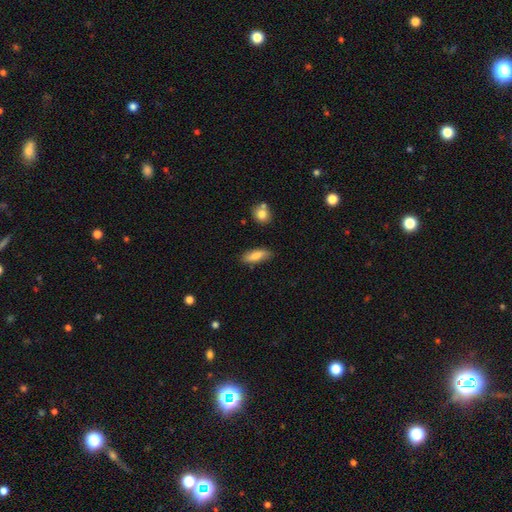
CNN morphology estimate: The model was most divided on "how rounded": in between: 64%, cigar-shaped: 34%, round: 3%. More confident: merging — none (82%); smooth or featured — smooth (78%).